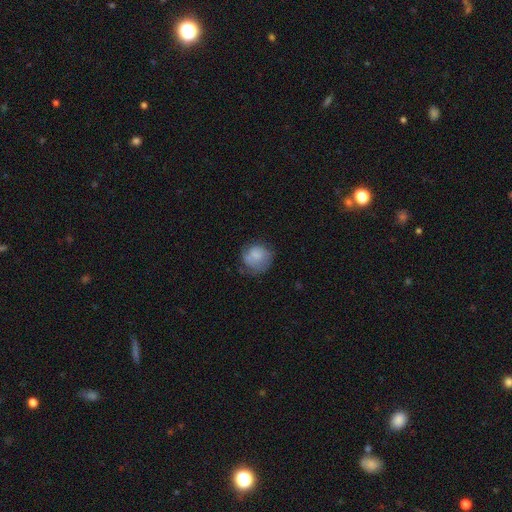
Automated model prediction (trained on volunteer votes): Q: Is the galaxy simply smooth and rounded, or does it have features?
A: smooth — 64%.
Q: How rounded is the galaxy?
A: round — 81%.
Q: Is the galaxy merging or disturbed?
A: none — 56%.